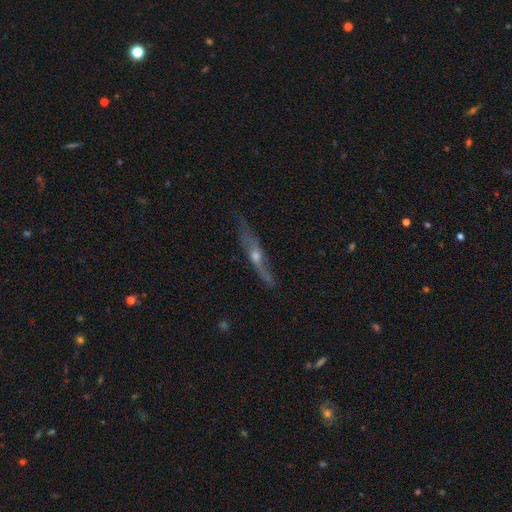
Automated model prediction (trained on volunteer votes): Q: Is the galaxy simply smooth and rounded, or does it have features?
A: featured or disk — 73%.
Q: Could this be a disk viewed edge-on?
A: yes — 89%.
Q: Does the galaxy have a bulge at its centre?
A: rounded — 88%.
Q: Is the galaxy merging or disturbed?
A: none — 80%.